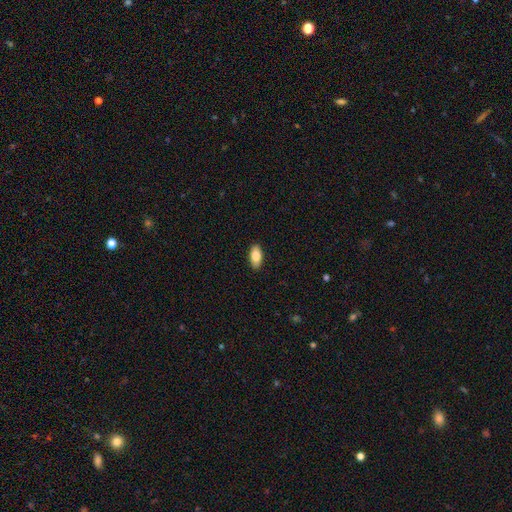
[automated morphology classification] Overall: smooth (83%). How rounded: in between (90%). Merging: none (89%).